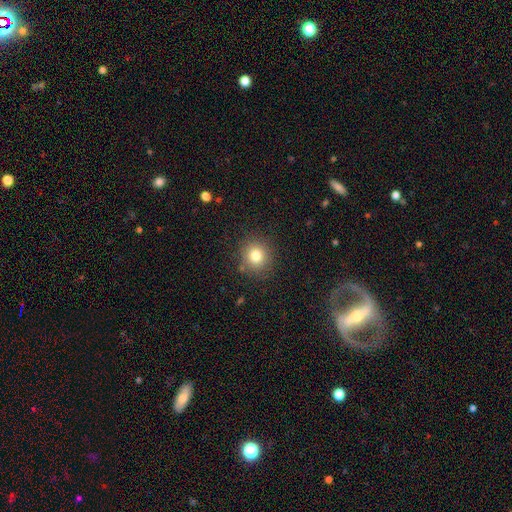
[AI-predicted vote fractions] Smooth or featured?
  - smooth: 80% *
  - star or artifact: 12%
  - featured or disk: 8%
How rounded?
  - round: 89% *
  - in between: 11%
  - cigar-shaped: 1%
Merging?
  - none: 86% *
  - minor disturbance: 8%
  - major disturbance: 3%
  - merger: 2%